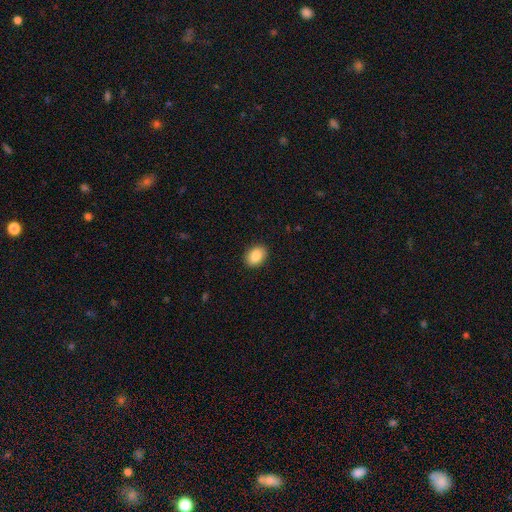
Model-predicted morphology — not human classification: Q: Smooth or featured?
A: smooth (88%); runner-up: star or artifact (7%)
Q: How rounded?
A: in between (77%); runner-up: round (22%)
Q: Merging?
A: none (89%); runner-up: minor disturbance (8%)